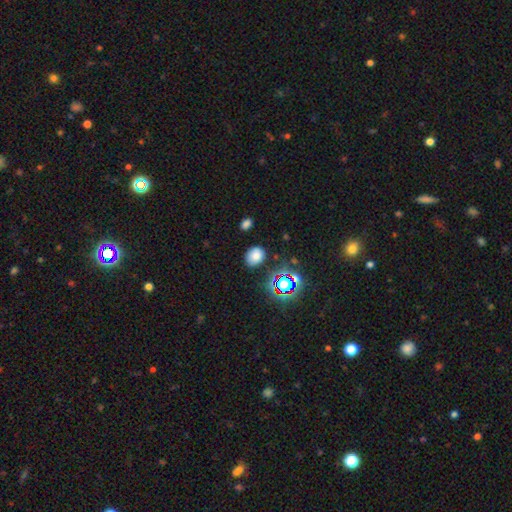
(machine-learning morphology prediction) Smooth or featured?
  - smooth: 73% *
  - star or artifact: 18%
  - featured or disk: 9%
How rounded?
  - in between: 54% *
  - round: 45%
  - cigar-shaped: 1%
Merging?
  - none: 79% *
  - minor disturbance: 14%
  - major disturbance: 4%
  - merger: 3%